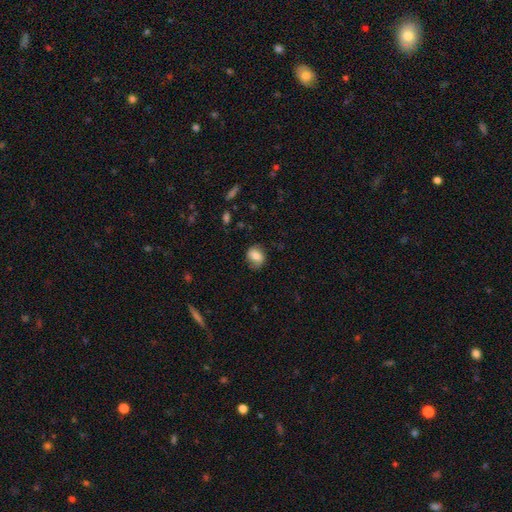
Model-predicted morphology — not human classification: smooth 77%, featured or disk 15%, star or artifact 8%. Down the decision tree: how rounded — in between (54%); merging — none (72%).